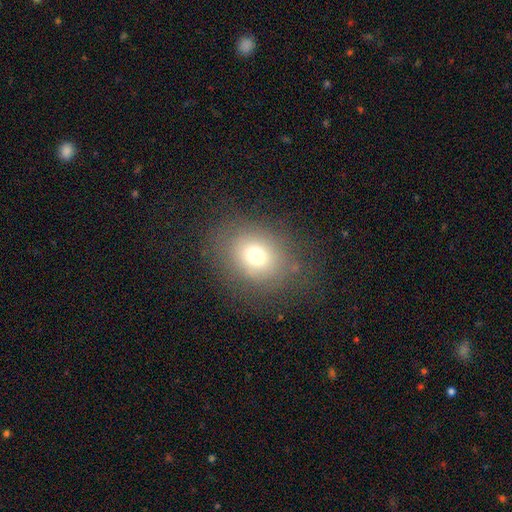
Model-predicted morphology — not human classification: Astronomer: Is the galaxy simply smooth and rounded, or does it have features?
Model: smooth — 71%.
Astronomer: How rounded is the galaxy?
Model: round — 54% (runner-up: in between, 45%).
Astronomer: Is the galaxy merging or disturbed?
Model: none — 77%.